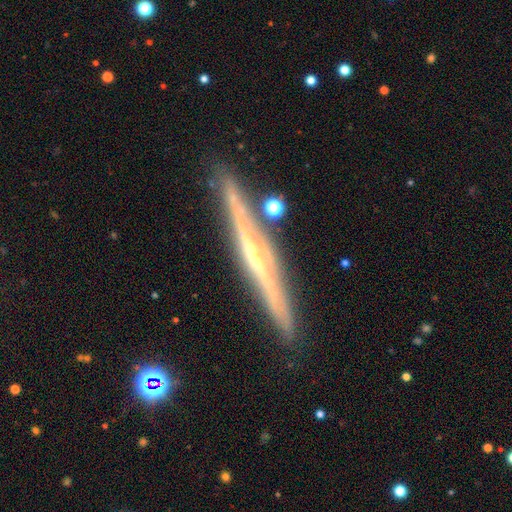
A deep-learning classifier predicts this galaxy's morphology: smooth-or-featured: featured or disk: 77% | smooth: 16% | star or artifact: 7%
  disk-edge-on: yes: 97% | no: 3%
    edge-on-bulge: none: 51% | rounded: 39% | boxy: 10%
  merging: none: 85% | minor disturbance: 10% | merger: 3% | major disturbance: 2%